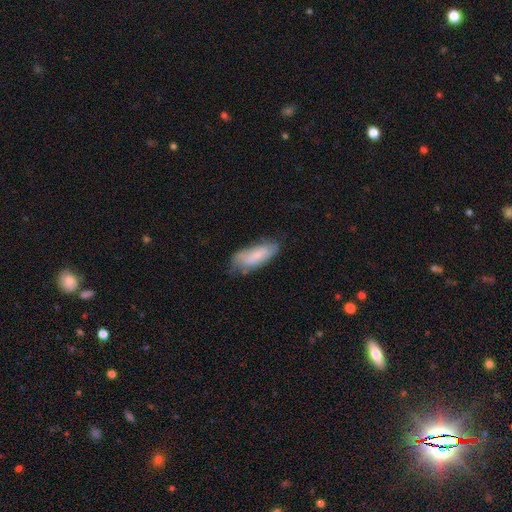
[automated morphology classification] Smooth or featured? smooth (71%)
How rounded? in between (77%)
Merging? none (53%)